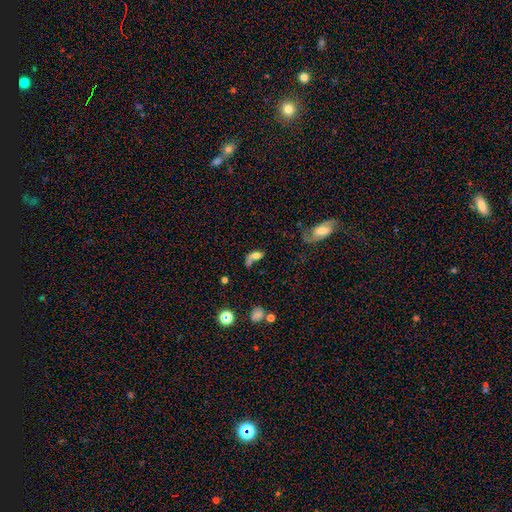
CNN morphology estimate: This is possibly a smooth galaxy (55%). How rounded: likely in between (78%). Merging: marginally major disturbance (35%).